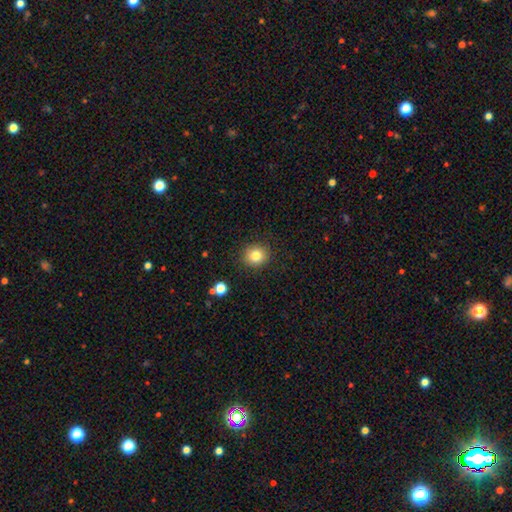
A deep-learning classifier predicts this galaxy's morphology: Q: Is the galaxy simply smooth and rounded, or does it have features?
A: smooth — 82%.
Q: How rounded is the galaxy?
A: round — 86%.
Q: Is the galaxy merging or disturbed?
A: none — 89%.